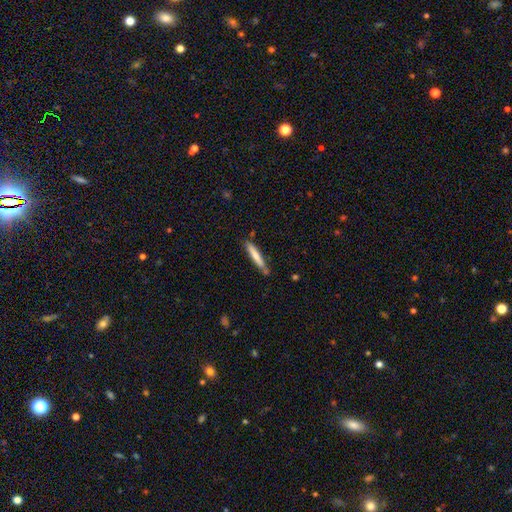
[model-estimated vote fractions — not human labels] This is likely a smooth galaxy (72%). How rounded: clearly cigar-shaped (93%). Merging: likely none (78%).